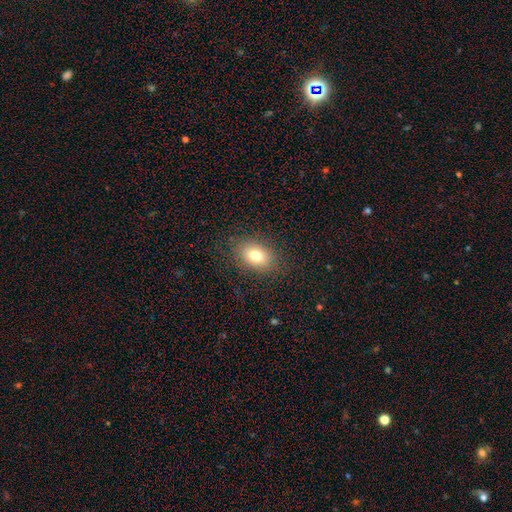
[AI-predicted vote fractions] A smooth galaxy with no disk features (77%) that is in between round and cigar-shaped (77%).

Vote fractions:
- Smooth or featured? smooth: 77% / featured or disk: 12% / star or artifact: 11%
- How rounded? in between: 77% / round: 22% / cigar-shaped: 1%
- Merging? none: 84% / minor disturbance: 11% / major disturbance: 5% / merger: 1%